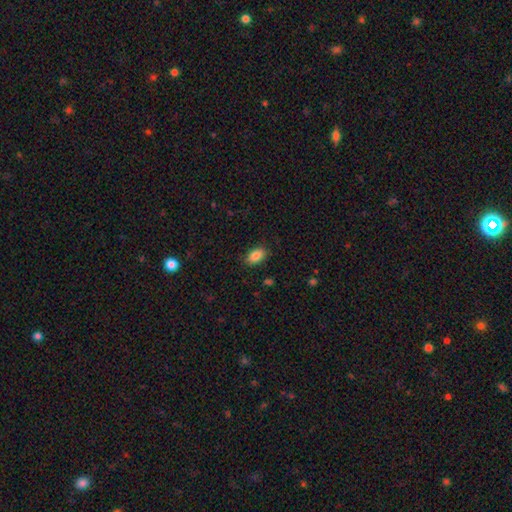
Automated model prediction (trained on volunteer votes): Smooth or featured? smooth (87%)
How rounded? in between (92%)
Merging? none (86%)